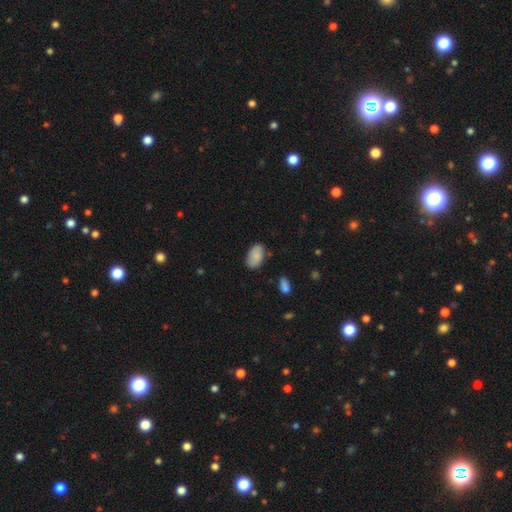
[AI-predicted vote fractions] Smooth or featured?
  - smooth: 80% *
  - featured or disk: 13%
  - star or artifact: 7%
How rounded?
  - in between: 93% *
  - round: 6%
  - cigar-shaped: 1%
Merging?
  - none: 77% *
  - minor disturbance: 17%
  - major disturbance: 3%
  - merger: 3%